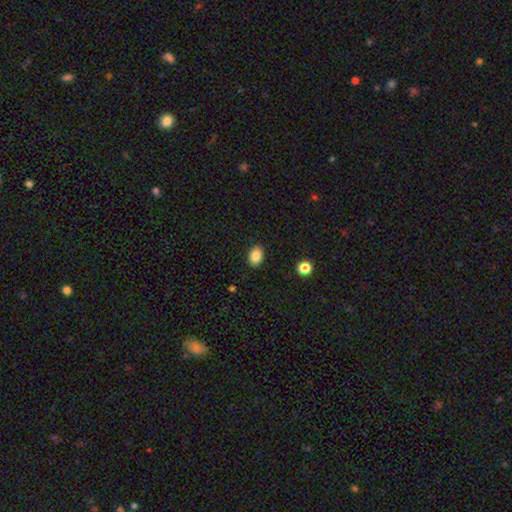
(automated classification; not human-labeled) Smooth or featured?
  - smooth: 85% *
  - star or artifact: 9%
  - featured or disk: 6%
How rounded?
  - in between: 81% *
  - round: 18%
  - cigar-shaped: 1%
Merging?
  - none: 89% *
  - minor disturbance: 8%
  - major disturbance: 2%
  - merger: 1%